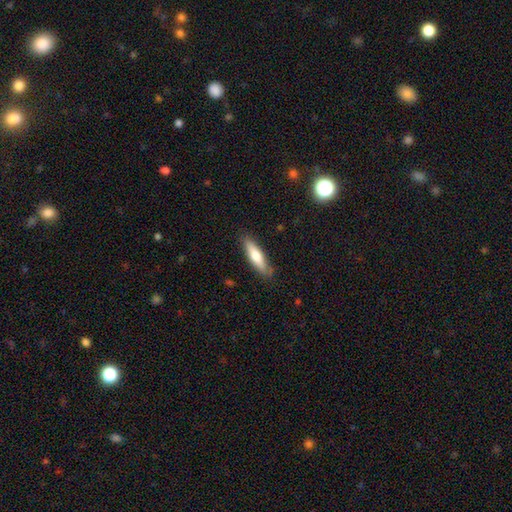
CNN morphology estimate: Smooth or featured?
  - smooth: 67% *
  - featured or disk: 28%
  - star or artifact: 6%
How rounded?
  - cigar-shaped: 71% *
  - in between: 28%
  - round: 2%
Merging?
  - none: 85% *
  - minor disturbance: 12%
  - major disturbance: 2%
  - merger: 1%